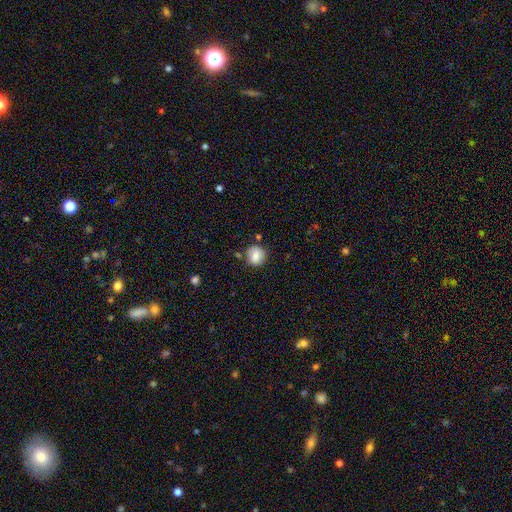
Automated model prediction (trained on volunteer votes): Q: Smooth or featured?
A: smooth (83%); runner-up: star or artifact (9%)
Q: How rounded?
A: round (84%); runner-up: in between (16%)
Q: Merging?
A: none (78%); runner-up: minor disturbance (13%)